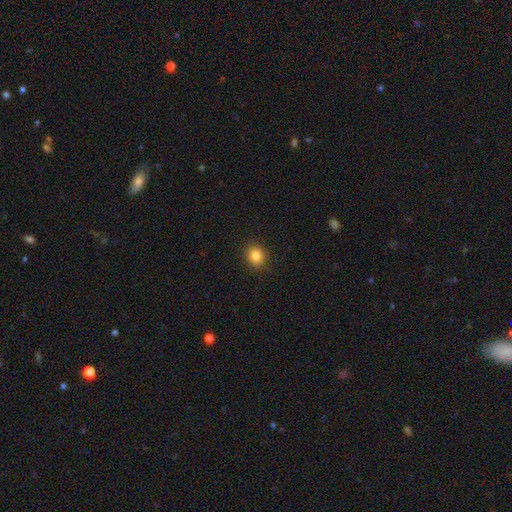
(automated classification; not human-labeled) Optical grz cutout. It shows a smooth galaxy with no disk features (85%) that is round (70%). Merging: none (89%).